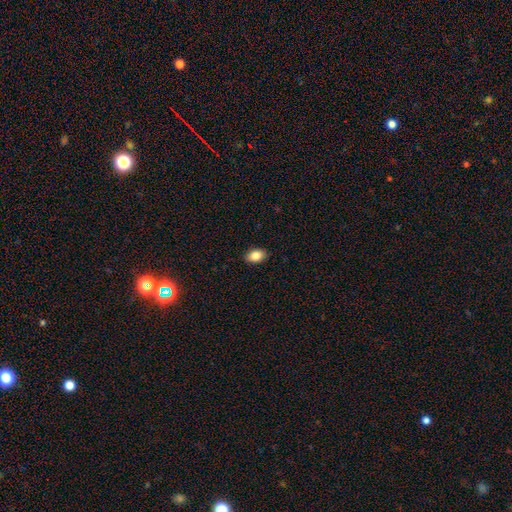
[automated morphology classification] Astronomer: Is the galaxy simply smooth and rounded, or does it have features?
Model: smooth — 85%.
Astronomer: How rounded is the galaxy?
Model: in between — 85%.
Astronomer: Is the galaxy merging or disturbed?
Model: none — 89%.